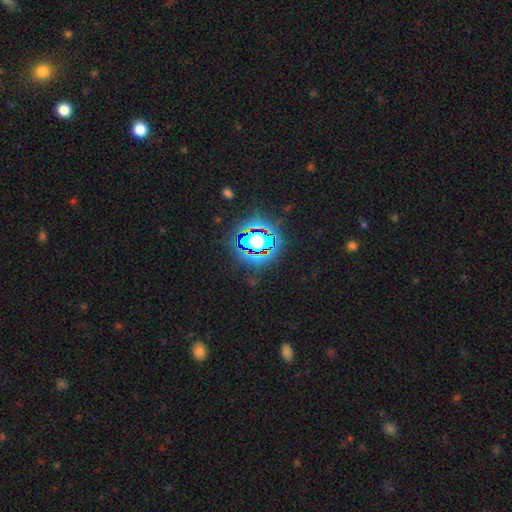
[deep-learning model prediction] Smooth or featured?
  - star or artifact: 77% *
  - smooth: 14%
  - featured or disk: 9%